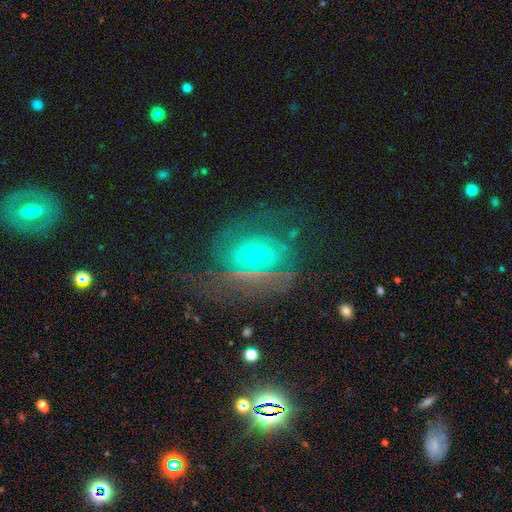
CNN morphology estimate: The model was most divided on "bulge size": small: 60%, moderate: 35%, large: 2%, none: 1%, dominant: 1%. More confident: edge-on disk — no (95%); bar — no (83%); spiral arms — yes (75%); smooth or featured — featured or disk (68%); merging — none (60%).